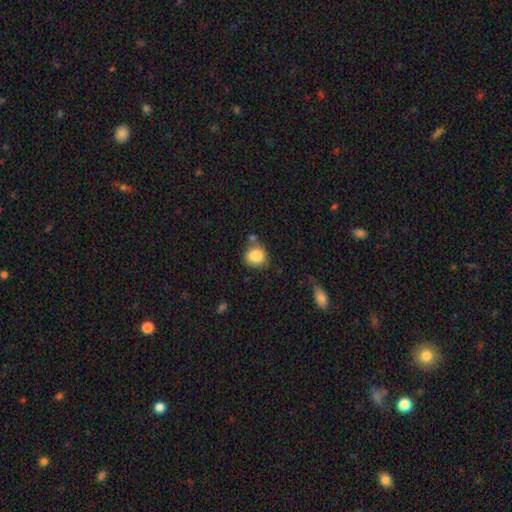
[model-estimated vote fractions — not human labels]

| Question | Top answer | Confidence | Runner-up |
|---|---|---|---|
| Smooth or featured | smooth | 86% | star or artifact (9%) |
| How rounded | round | 72% | in between (27%) |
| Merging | none | 58% | minor disturbance (22%) |